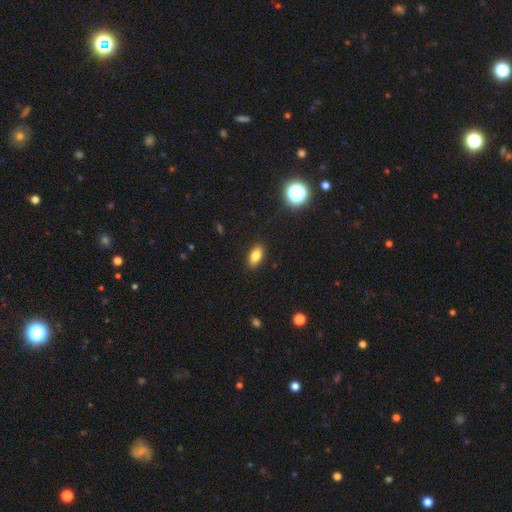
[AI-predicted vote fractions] smooth 82%, star or artifact 10%, featured or disk 8%. Down the decision tree: how rounded — in between (88%); merging — none (89%).